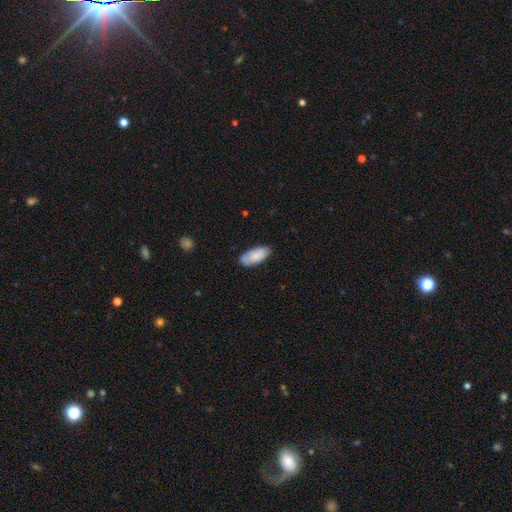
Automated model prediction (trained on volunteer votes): Overall: smooth (79%). How rounded: in between (89%). Merging: none (75%).